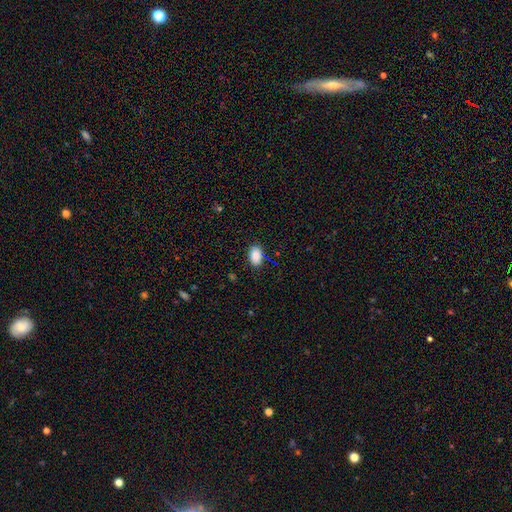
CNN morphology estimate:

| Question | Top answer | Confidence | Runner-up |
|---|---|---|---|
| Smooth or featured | smooth | 87% | star or artifact (8%) |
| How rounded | in between | 90% | round (8%) |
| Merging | none | 82% | minor disturbance (13%) |